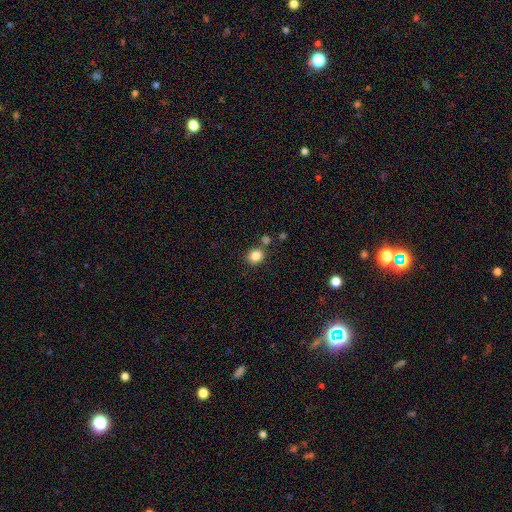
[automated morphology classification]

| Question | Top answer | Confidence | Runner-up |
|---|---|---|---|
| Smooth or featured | smooth | 84% | star or artifact (11%) |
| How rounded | round | 80% | in between (19%) |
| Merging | none | 74% | merger (13%) |